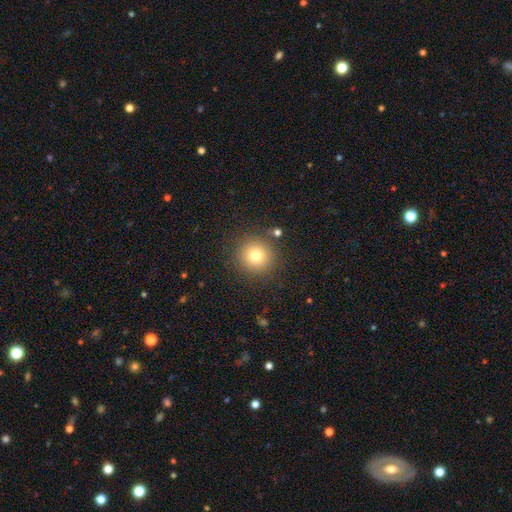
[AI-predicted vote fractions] This appears to be a smooth galaxy with no disk features (78%) that is round (94%). Merging: none (87%).